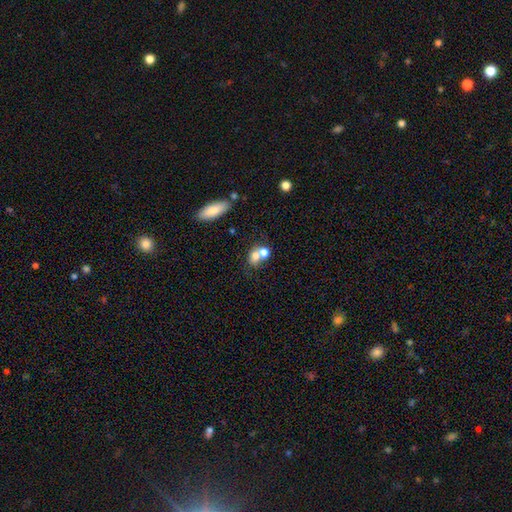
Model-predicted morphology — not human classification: The model was most divided on "how rounded": round: 54%, in between: 44%, cigar-shaped: 2%. More confident: smooth or featured — smooth (70%); merging — merger (55%).